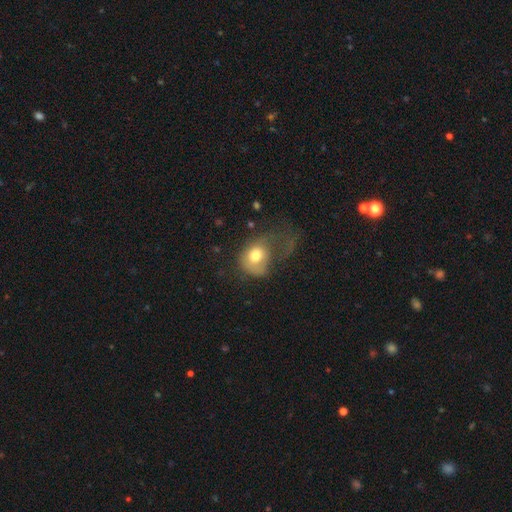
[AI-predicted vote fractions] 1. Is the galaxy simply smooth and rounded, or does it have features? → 71% smooth, 20% featured or disk, 9% star or artifact.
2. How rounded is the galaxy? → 52% round, 47% in between, 1% cigar-shaped.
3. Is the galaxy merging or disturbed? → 58% major disturbance, 21% minor disturbance, 17% none, 4% merger.